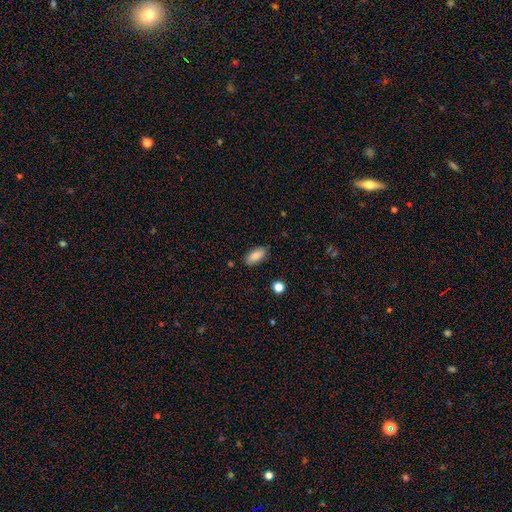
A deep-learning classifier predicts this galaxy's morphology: Smooth or featured? smooth (87%)
How rounded? in between (90%)
Merging? none (85%)